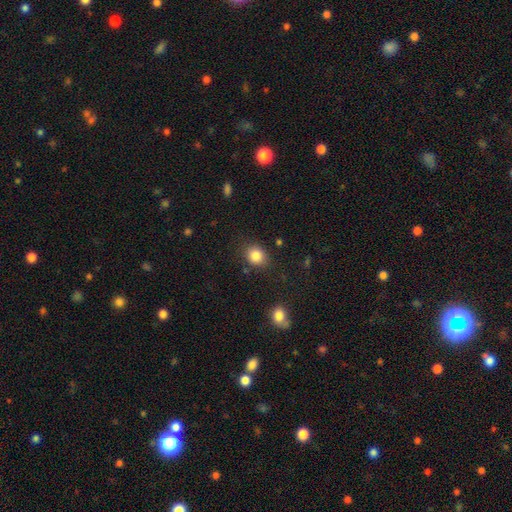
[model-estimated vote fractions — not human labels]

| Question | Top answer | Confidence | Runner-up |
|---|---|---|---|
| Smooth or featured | smooth | 85% | star or artifact (10%) |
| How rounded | round | 60% | in between (39%) |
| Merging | none | 83% | minor disturbance (12%) |